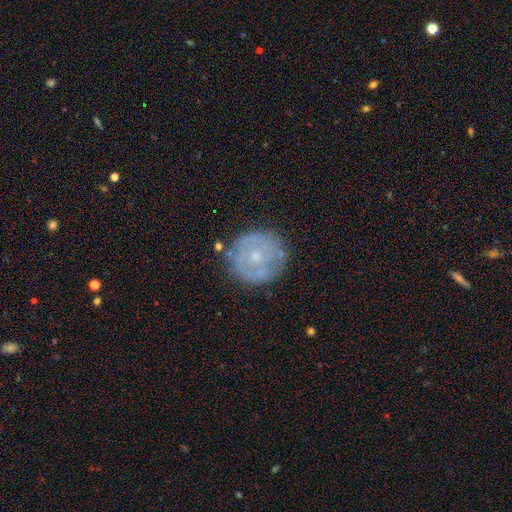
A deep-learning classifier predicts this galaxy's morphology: A featured or disk galaxy (59%) with no bar (84%), no spiral arms (51%) and a small central bulge (63%).

Vote fractions:
- Smooth or featured? featured or disk: 59% / smooth: 34% / star or artifact: 7%
- Edge-on disk? no: 97% / yes: 3%
- Bar? no: 84% / weak: 13% / strong: 3%
- Spiral arms? no: 51% / yes: 49%
- Bulge size? small: 63% / moderate: 33% / none: 2% / large: 1% / dominant: 1%
- Merging? none: 78% / minor disturbance: 15% / major disturbance: 4% / merger: 3%